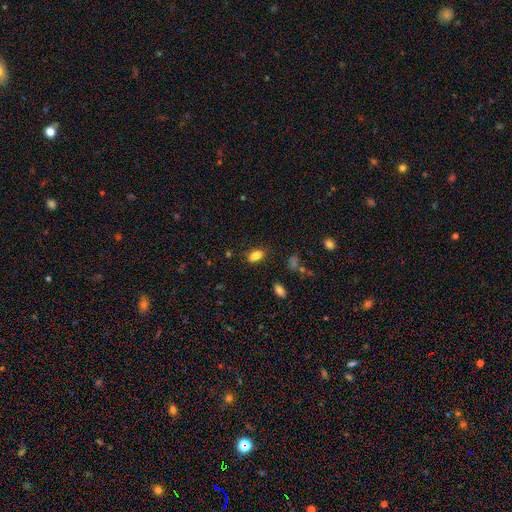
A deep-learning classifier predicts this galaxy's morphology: The model was most divided on "merging": none: 79%, minor disturbance: 14%, major disturbance: 4%, merger: 3%. More confident: how rounded — in between (85%); smooth or featured — smooth (83%).